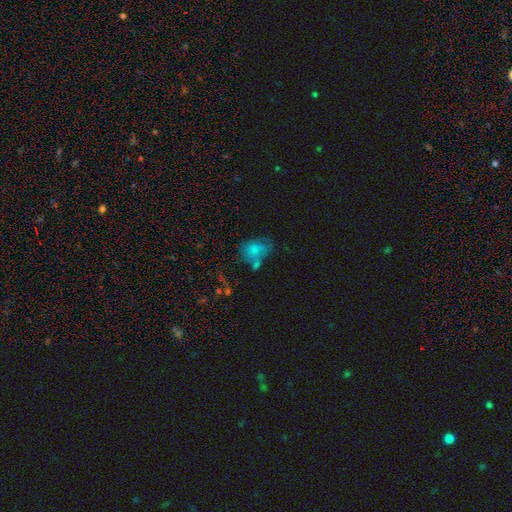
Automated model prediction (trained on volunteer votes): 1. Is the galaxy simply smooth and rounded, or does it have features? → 69% smooth, 17% featured or disk, 13% star or artifact.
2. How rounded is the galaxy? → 63% in between, 35% round, 1% cigar-shaped.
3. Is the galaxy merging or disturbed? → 44% none, 25% minor disturbance, 18% merger, 13% major disturbance.